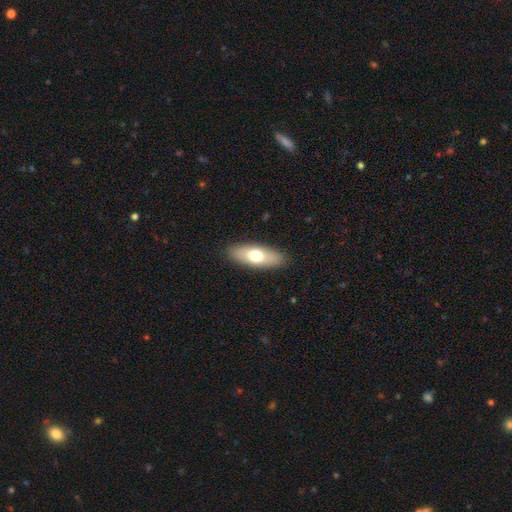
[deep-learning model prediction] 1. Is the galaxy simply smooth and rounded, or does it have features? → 67% smooth, 27% featured or disk, 6% star or artifact.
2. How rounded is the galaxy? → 72% in between, 26% cigar-shaped, 3% round.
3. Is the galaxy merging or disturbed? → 88% none, 9% minor disturbance, 2% major disturbance, 1% merger.